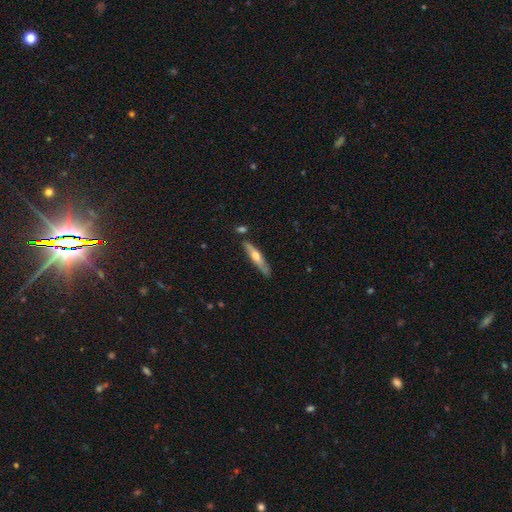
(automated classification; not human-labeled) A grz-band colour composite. It shows a featured or disk galaxy (52%) viewed edge-on (91%). Merging: none (80%).